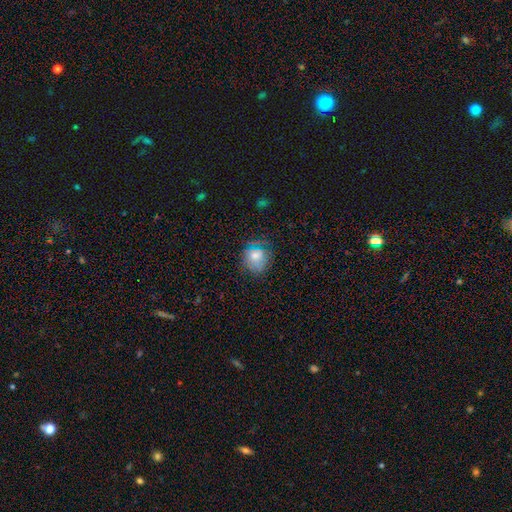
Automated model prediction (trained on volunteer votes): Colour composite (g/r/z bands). It shows a smooth galaxy with no disk features (73%) that is round (75%). Merging: none (70%).